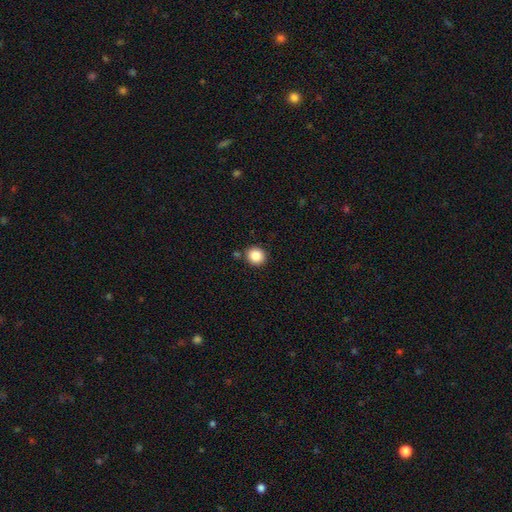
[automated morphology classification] Smooth or featured?
  - smooth: 86% *
  - star or artifact: 10%
  - featured or disk: 4%
How rounded?
  - round: 88% *
  - in between: 11%
  - cigar-shaped: 1%
Merging?
  - none: 86% *
  - minor disturbance: 8%
  - merger: 4%
  - major disturbance: 2%